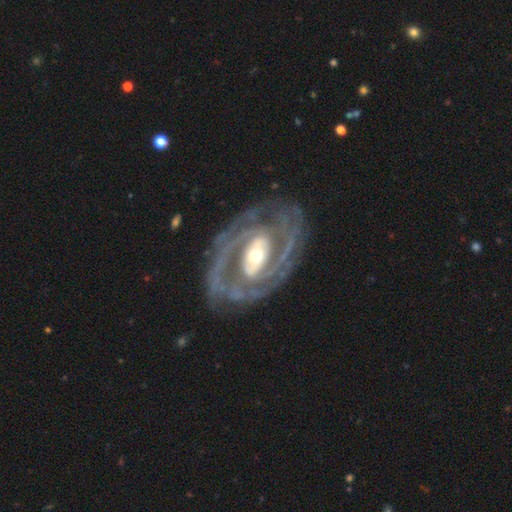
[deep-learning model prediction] A featured or disk galaxy (91%) with a strong bar (42%), 2 (61%) tight (55%) spiral arms (95%) and a moderate central bulge (61%).

Vote fractions:
- Smooth or featured? featured or disk: 91% / smooth: 5% / star or artifact: 4%
- Edge-on disk? no: 96% / yes: 4%
- Bar? strong: 42% / weak: 31% / no: 28%
- Spiral arms? yes: 95% / no: 5%
- Spiral winding? tight: 55% / medium: 35% / loose: 10%
- Spiral arm count? 2: 61% / 3: 13% / can't tell: 12% / 4: 5% / 1: 4% / more than 4: 4%
- Bulge size? moderate: 61% / small: 27% / large: 10% / dominant: 1% / none: 1%
- Merging? none: 71% / minor disturbance: 16% / major disturbance: 11% / merger: 2%